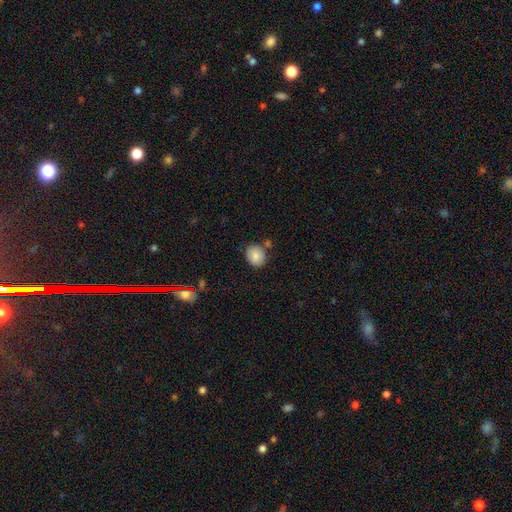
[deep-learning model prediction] smooth-or-featured: smooth: 84% | star or artifact: 9% | featured or disk: 7%
  how-rounded: round: 71% | in between: 28% | cigar-shaped: 1%
  merging: none: 74% | minor disturbance: 14% | merger: 9% | major disturbance: 3%